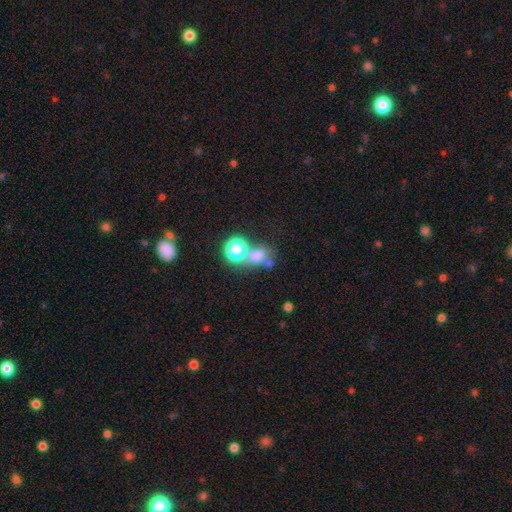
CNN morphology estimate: smooth-or-featured: smooth: 61% | star or artifact: 26% | featured or disk: 13%
  how-rounded: round: 54% | in between: 44% | cigar-shaped: 2%
  merging: none: 43% | merger: 36% | minor disturbance: 12% | major disturbance: 9%